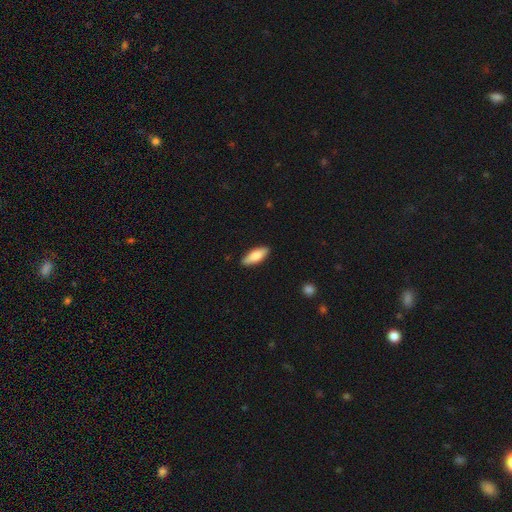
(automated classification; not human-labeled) Smooth or featured: smooth — 76% (featured or disk — 19%)
How rounded: in between — 64% (cigar-shaped — 34%)
Merging: none — 88% (minor disturbance — 9%)